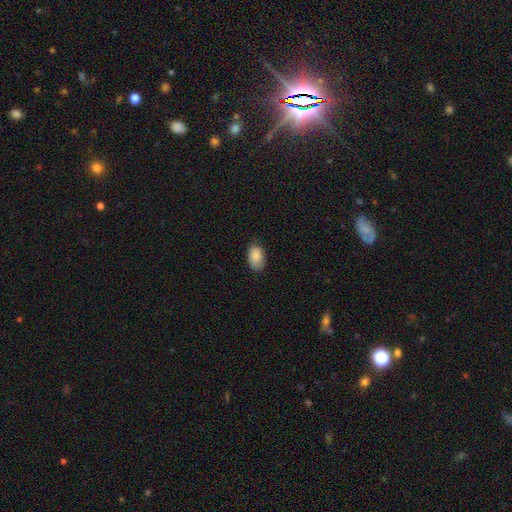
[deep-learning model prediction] Smooth or featured: smooth — 88% (star or artifact — 7%)
How rounded: in between — 91% (round — 8%)
Merging: none — 77% (minor disturbance — 19%)